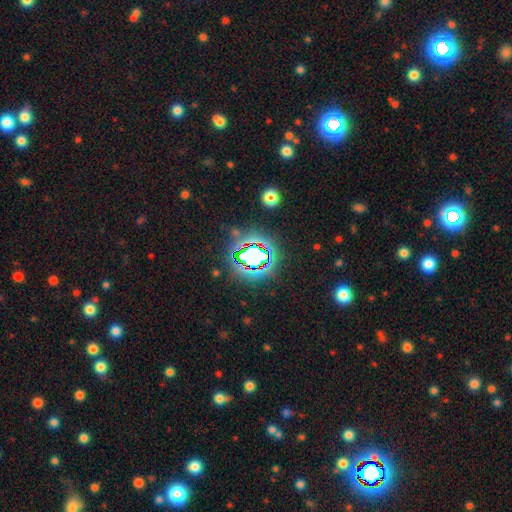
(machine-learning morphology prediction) Smooth or featured? star or artifact (77%)